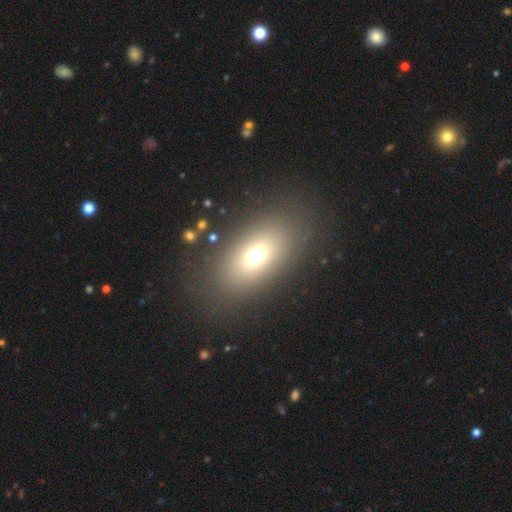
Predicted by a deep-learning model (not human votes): This appears to be a smooth galaxy with no disk features (67%) that is in between round and cigar-shaped (82%). Merging: none (83%).